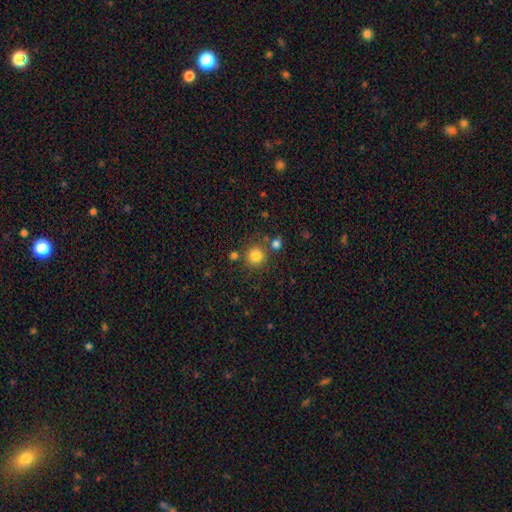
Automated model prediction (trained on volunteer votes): Smooth or featured? smooth (82%)
How rounded? round (93%)
Merging? none (79%)